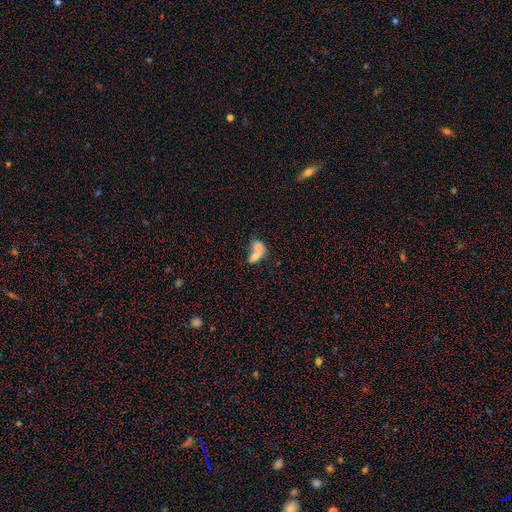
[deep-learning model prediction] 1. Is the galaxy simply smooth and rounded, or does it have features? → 69% smooth, 23% featured or disk, 9% star or artifact.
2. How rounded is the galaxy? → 76% in between, 21% round, 3% cigar-shaped.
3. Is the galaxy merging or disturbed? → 76% merger, 13% none, 6% minor disturbance, 5% major disturbance.